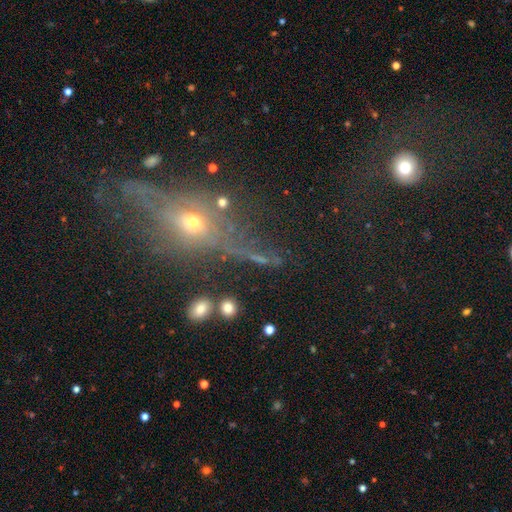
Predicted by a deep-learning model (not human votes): featured or disk 44%, star or artifact 32%, smooth 24%. Down the decision tree: merging — none (56%).